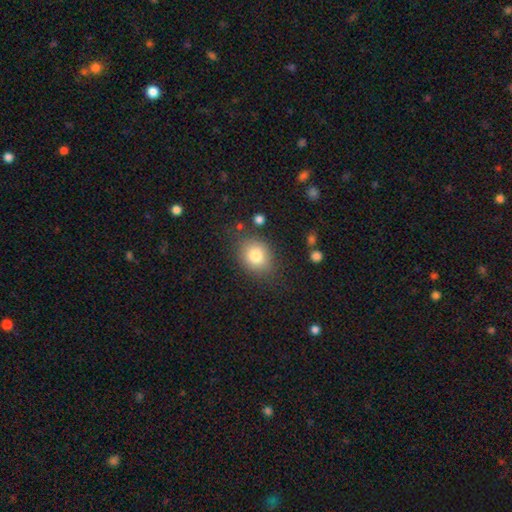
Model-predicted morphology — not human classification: Smooth or featured? smooth (80%)
How rounded? round (56%)
Merging? none (78%)